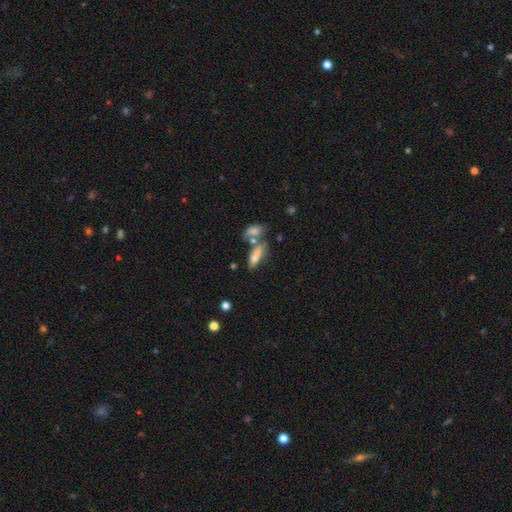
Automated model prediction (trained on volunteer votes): smooth 67%, featured or disk 23%, star or artifact 10%. Down the decision tree: how rounded — in between (57%); merging — merger (38%).